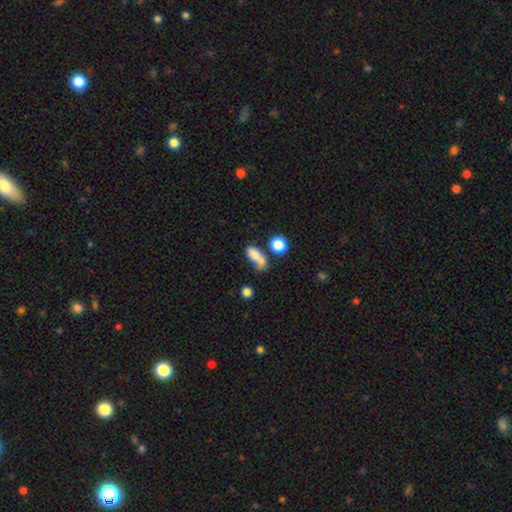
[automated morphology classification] This is likely a smooth galaxy (75%). How rounded: likely in between (72%). Merging: possibly merger (48%).